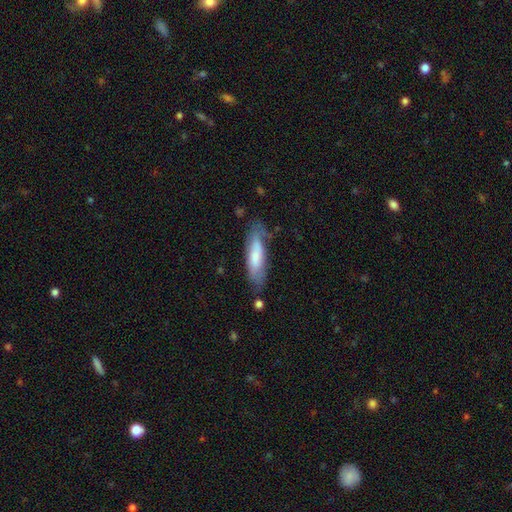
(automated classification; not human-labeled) The model was most divided on "how rounded": cigar-shaped: 63%, in between: 36%, round: 1%. More confident: merging — none (65%); smooth or featured — smooth (63%).